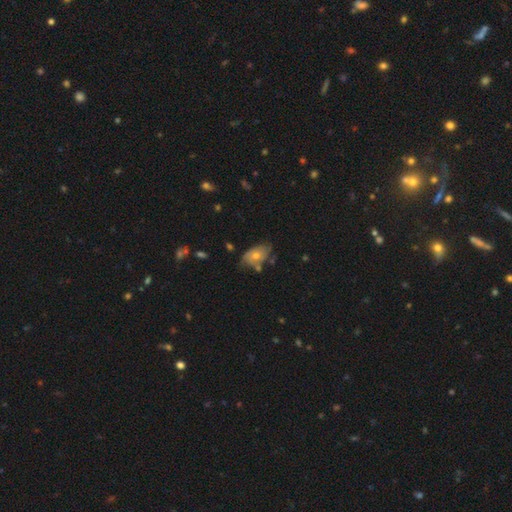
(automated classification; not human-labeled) A featured or disk galaxy (47%). Merging: none (58%).